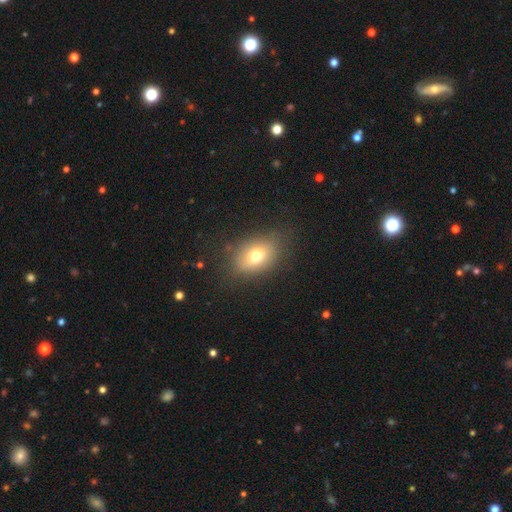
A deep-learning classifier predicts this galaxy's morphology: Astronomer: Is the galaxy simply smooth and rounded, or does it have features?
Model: smooth — 72%.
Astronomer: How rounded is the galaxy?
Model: in between — 76%.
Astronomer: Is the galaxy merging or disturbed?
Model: none — 78%.